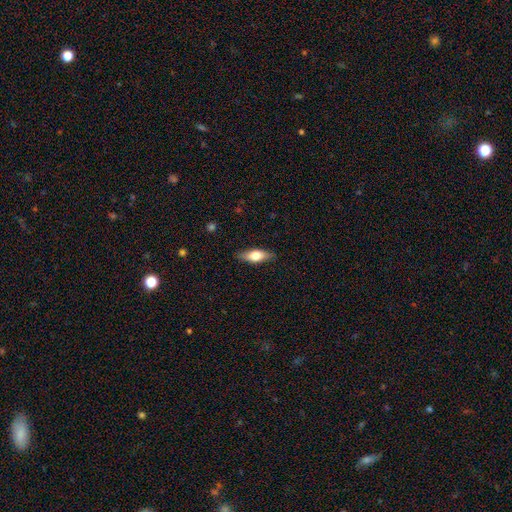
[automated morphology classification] This is likely a smooth galaxy (65%). How rounded: likely in between (69%). Merging: clearly none (85%).